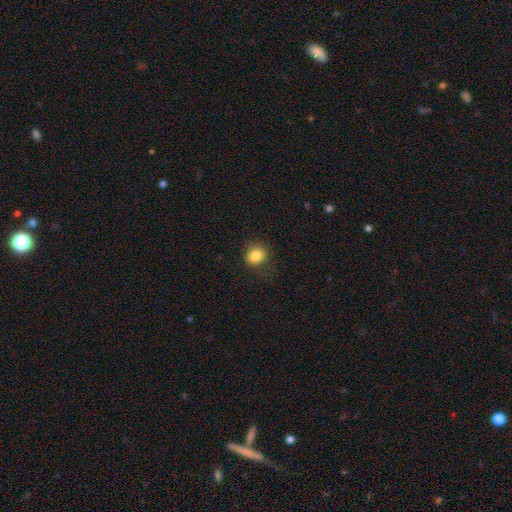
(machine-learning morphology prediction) Smooth or featured: smooth — 85% (star or artifact — 10%)
How rounded: round — 69% (in between — 30%)
Merging: none — 82% (minor disturbance — 13%)